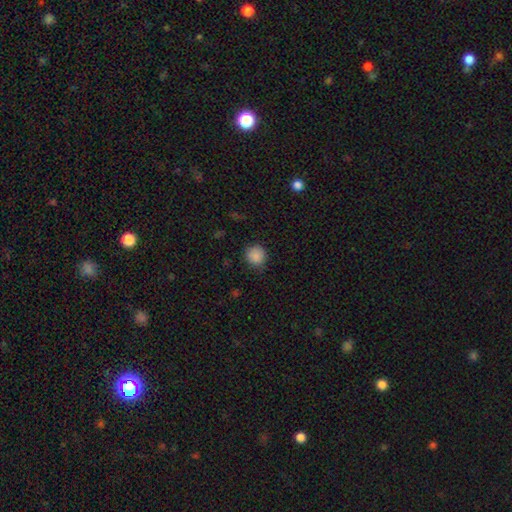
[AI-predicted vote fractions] smooth-or-featured: smooth: 87% | star or artifact: 10% | featured or disk: 4%
  how-rounded: round: 91% | in between: 8% | cigar-shaped: 1%
  merging: none: 83% | minor disturbance: 13% | major disturbance: 3% | merger: 1%